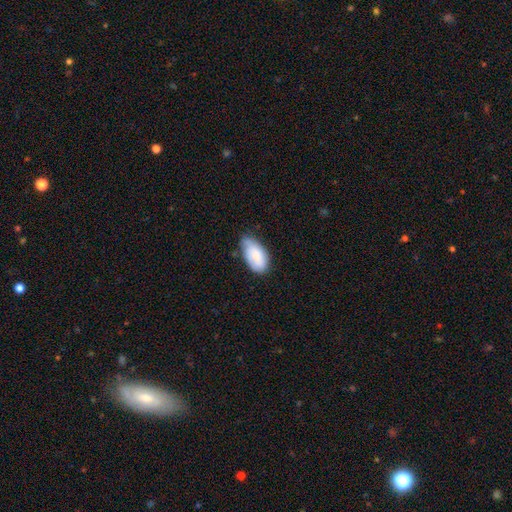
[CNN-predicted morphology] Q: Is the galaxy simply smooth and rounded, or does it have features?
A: smooth — 77%.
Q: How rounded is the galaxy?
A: in between — 95%.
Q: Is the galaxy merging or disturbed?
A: none — 49%.